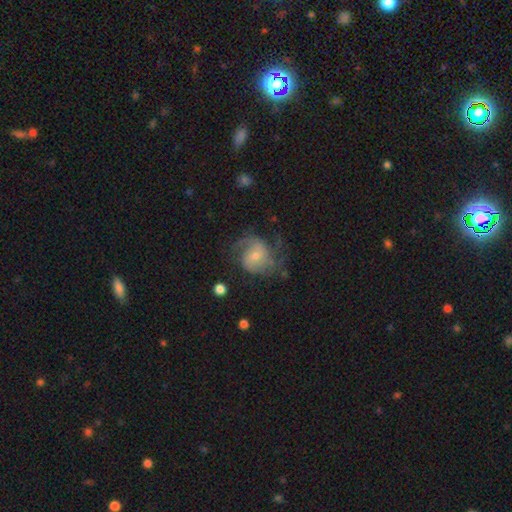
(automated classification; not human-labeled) Q: Smooth or featured?
A: featured or disk (75%); runner-up: smooth (18%)
Q: Edge-on disk?
A: no (98%); runner-up: yes (2%)
Q: Bar?
A: no (58%); runner-up: weak (36%)
Q: Spiral arms?
A: yes (91%); runner-up: no (9%)
Q: Spiral winding?
A: medium (47%); runner-up: loose (30%)
Q: Spiral arm count?
A: 2 (51%); runner-up: can't tell (19%)
Q: Bulge size?
A: small (56%); runner-up: moderate (36%)
Q: Merging?
A: none (54%); runner-up: major disturbance (23%)